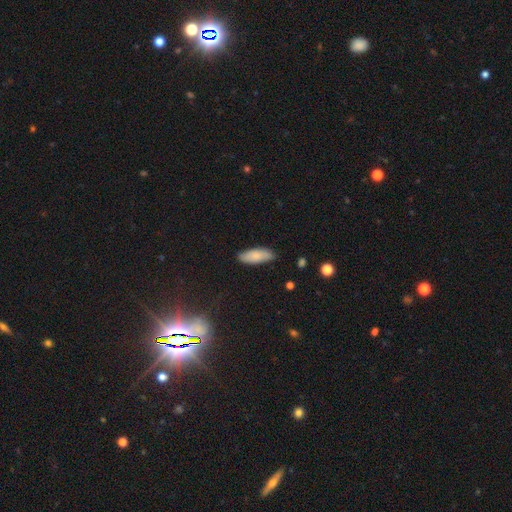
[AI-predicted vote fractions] Smooth or featured: smooth — 82% (featured or disk — 12%)
How rounded: in between — 68% (cigar-shaped — 30%)
Merging: none — 85% (minor disturbance — 12%)